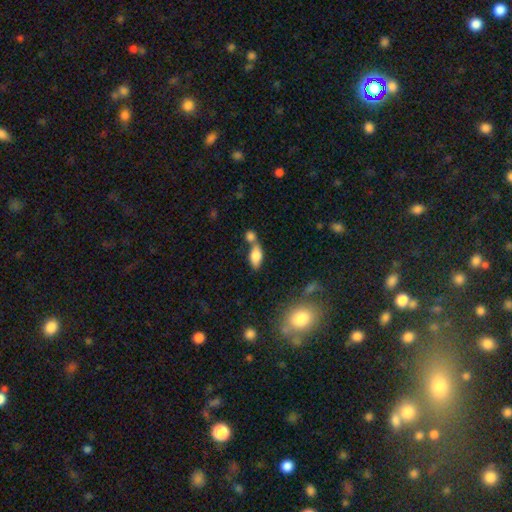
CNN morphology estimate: A smooth galaxy with no disk features (78%) that is in between round and cigar-shaped (86%).

Vote fractions:
- Smooth or featured? smooth: 78% / featured or disk: 14% / star or artifact: 8%
- How rounded? in between: 86% / cigar-shaped: 9% / round: 5%
- Merging? none: 45% / merger: 38% / minor disturbance: 12% / major disturbance: 5%